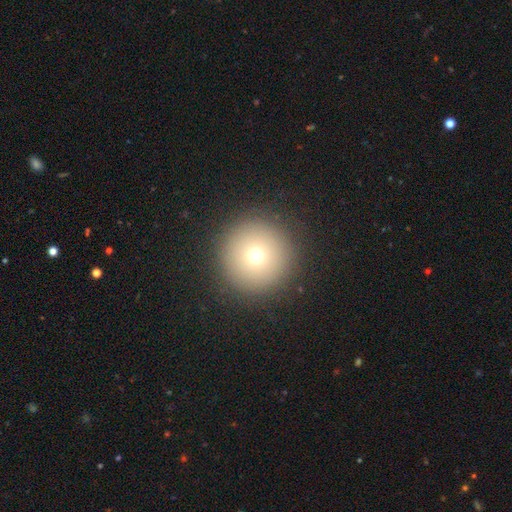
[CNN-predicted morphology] Q: Smooth or featured?
A: smooth (72%); runner-up: star or artifact (16%)
Q: How rounded?
A: round (97%); runner-up: in between (2%)
Q: Merging?
A: none (92%); runner-up: minor disturbance (5%)